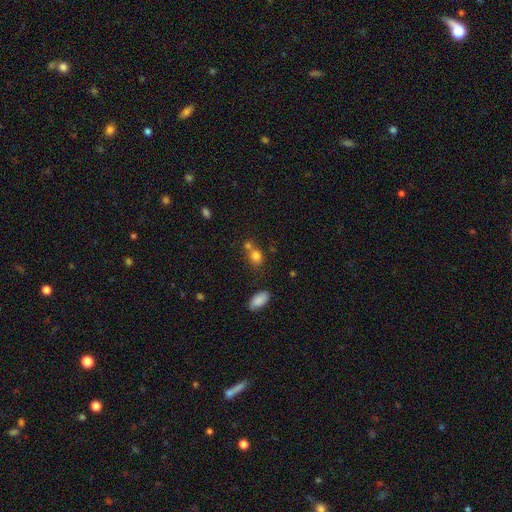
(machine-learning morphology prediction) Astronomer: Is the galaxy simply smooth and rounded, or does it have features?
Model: smooth — 79%.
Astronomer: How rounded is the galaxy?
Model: round — 56% (runner-up: in between, 42%).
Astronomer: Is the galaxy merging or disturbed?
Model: none — 48% (runner-up: merger, 36%).